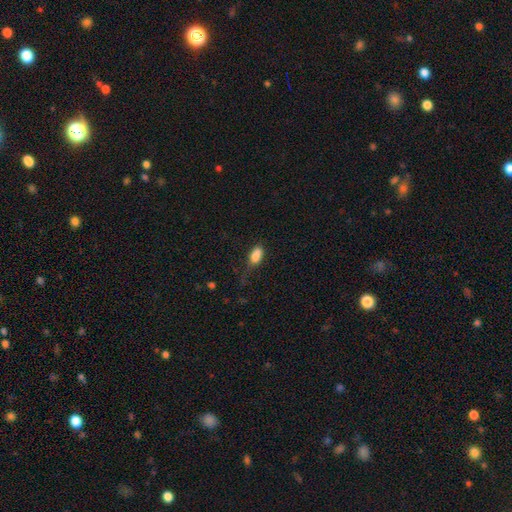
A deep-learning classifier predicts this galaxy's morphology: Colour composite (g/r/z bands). It shows a smooth galaxy with no disk features (80%) that is in between round and cigar-shaped (84%). Merging: none (36%).